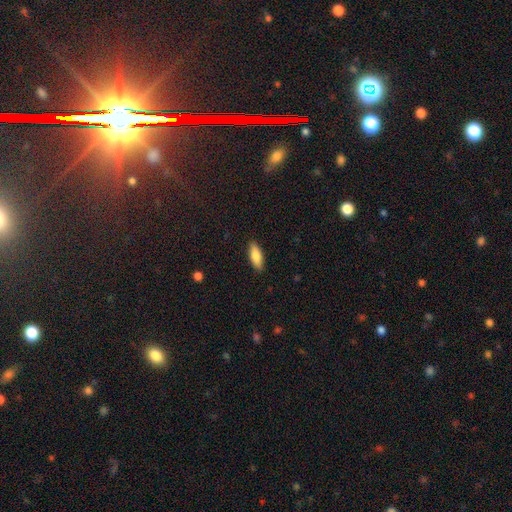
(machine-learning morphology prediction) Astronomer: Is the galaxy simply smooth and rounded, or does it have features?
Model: smooth — 82%.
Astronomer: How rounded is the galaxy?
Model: in between — 69%.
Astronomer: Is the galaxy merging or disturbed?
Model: none — 88%.